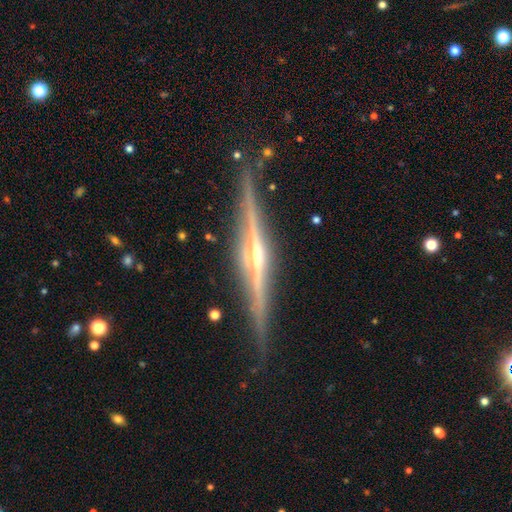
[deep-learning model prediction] smooth_or_featured: featured or disk (p=0.89) [alt: smooth p=0.06]
disk_edge_on: yes (p=0.98) [alt: no p=0.02]
edge_on_bulge: rounded (p=0.77) [alt: none p=0.13]
merging: none (p=0.87) [alt: minor disturbance p=0.09]